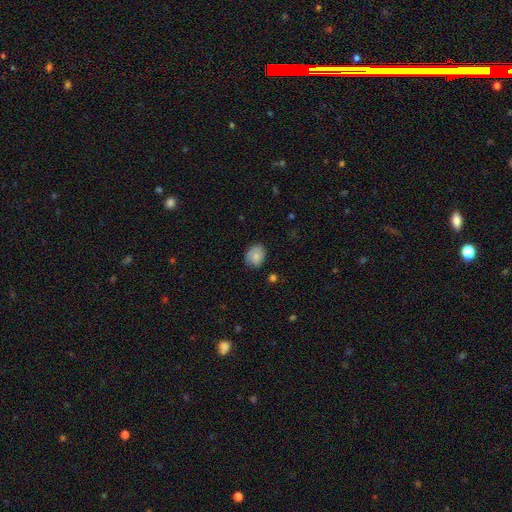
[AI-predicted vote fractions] A smooth galaxy with no disk features (70%) that is in between round and cigar-shaped (52%).

Vote fractions:
- Smooth or featured? smooth: 70% / featured or disk: 23% / star or artifact: 8%
- How rounded? in between: 52% / round: 47% / cigar-shaped: 1%
- Merging? none: 65% / minor disturbance: 27% / major disturbance: 7% / merger: 1%